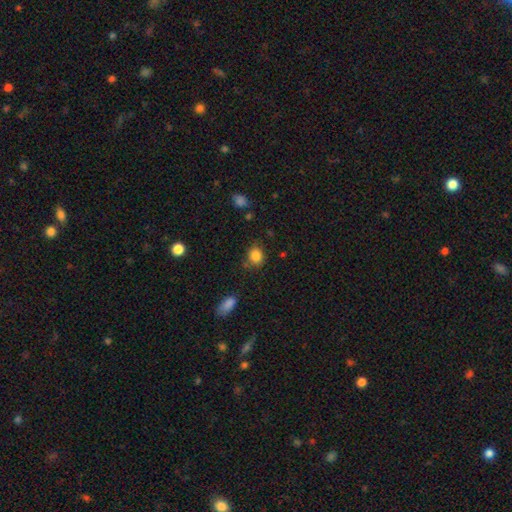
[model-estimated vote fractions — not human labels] A smooth galaxy with no disk features (85%) that is round (60%).

Vote fractions:
- Smooth or featured? smooth: 85% / star or artifact: 10% / featured or disk: 5%
- How rounded? round: 60% / in between: 39% / cigar-shaped: 1%
- Merging? none: 72% / minor disturbance: 20% / major disturbance: 5% / merger: 4%